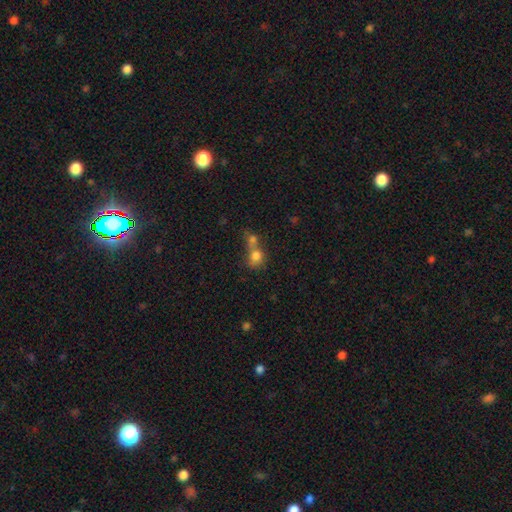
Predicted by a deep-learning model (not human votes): smooth 76%, featured or disk 12%, star or artifact 11%. Down the decision tree: how rounded — round (70%); merging — merger (64%).